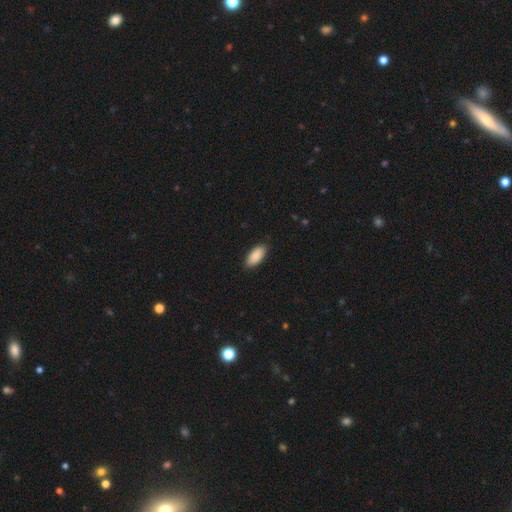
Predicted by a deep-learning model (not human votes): Smooth or featured? Predicted: smooth (p=0.86). How rounded? Predicted: in between (p=0.90). Merging? Predicted: none (p=0.86).